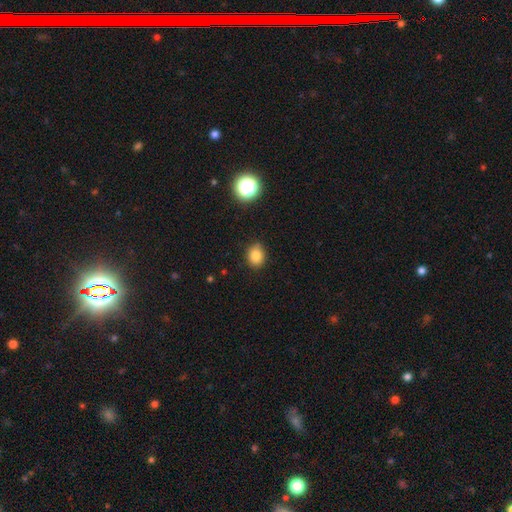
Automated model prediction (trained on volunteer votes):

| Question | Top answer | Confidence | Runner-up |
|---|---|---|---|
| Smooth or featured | smooth | 83% | star or artifact (12%) |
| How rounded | round | 50% | in between (49%) |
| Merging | none | 83% | minor disturbance (13%) |